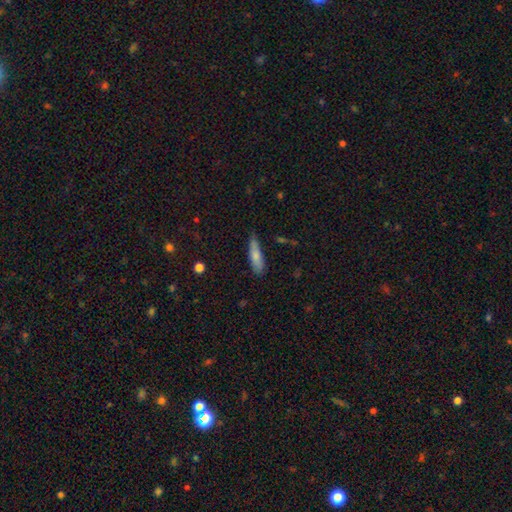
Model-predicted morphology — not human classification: A smooth galaxy with no disk features (76%) that is cigar-shaped (63%). Merging: none (68%).